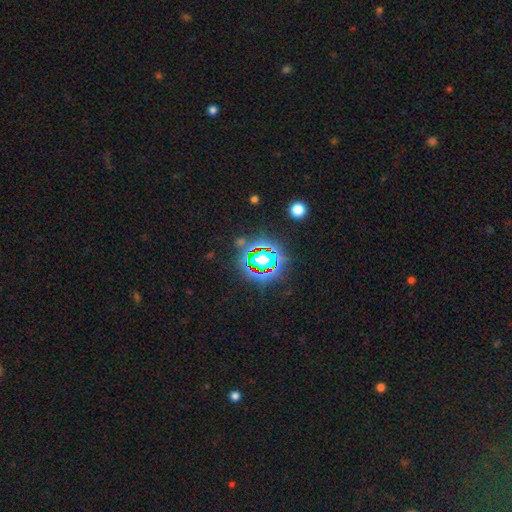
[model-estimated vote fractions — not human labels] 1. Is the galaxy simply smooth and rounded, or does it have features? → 83% star or artifact, 10% smooth, 7% featured or disk.